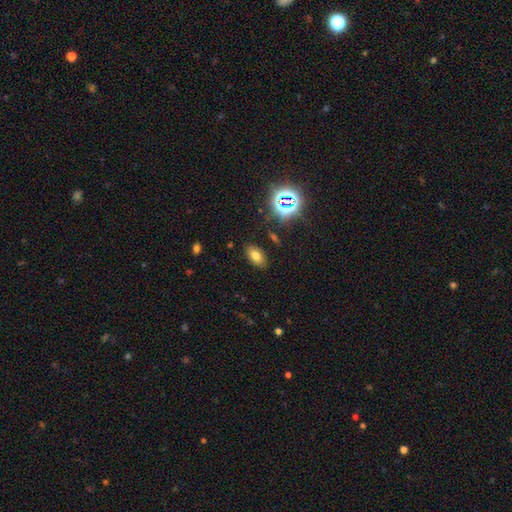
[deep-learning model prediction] This appears to be a smooth galaxy with no disk features (70%) that is in between round and cigar-shaped (89%). Merging: none (86%).